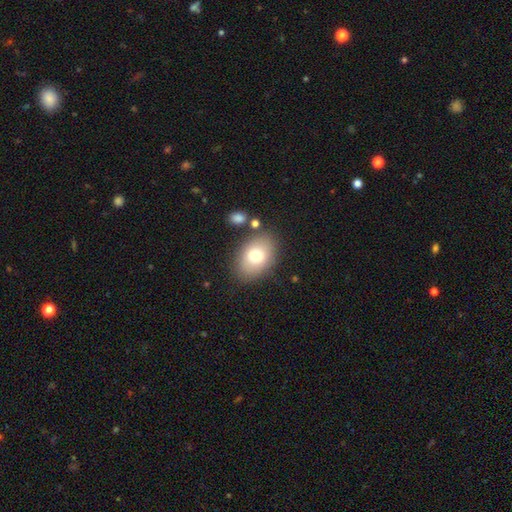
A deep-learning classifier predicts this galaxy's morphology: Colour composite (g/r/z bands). It shows a smooth galaxy with no disk features (75%) that is in between round and cigar-shaped (79%). Merging: none (79%).